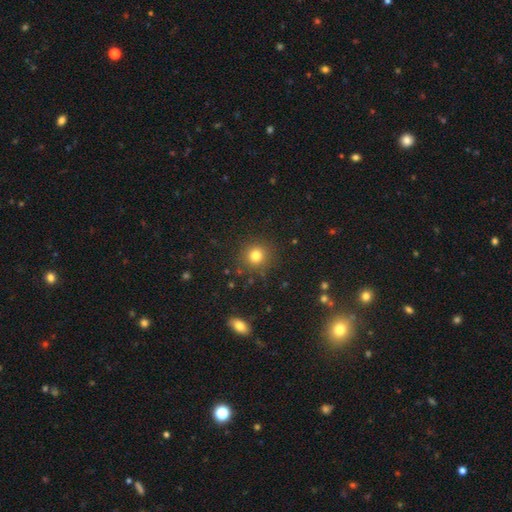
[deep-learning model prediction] smooth_or_featured: smooth (p=0.81) [alt: star or artifact p=0.13]
how_rounded: round (p=0.90) [alt: in between p=0.09]
merging: none (p=0.87) [alt: minor disturbance p=0.08]